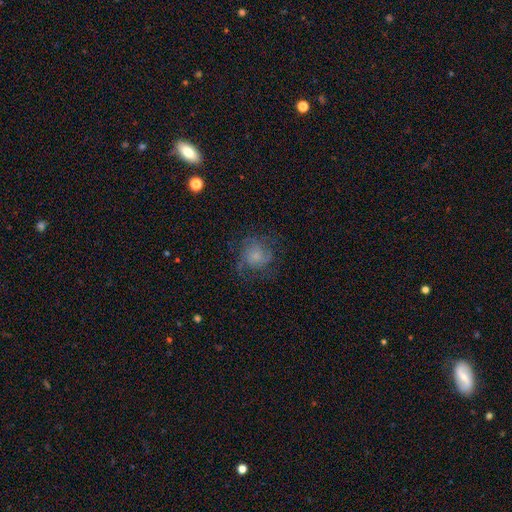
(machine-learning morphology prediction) Smooth or featured? smooth (44%, tied with featured or disk)
Merging? none (57%)